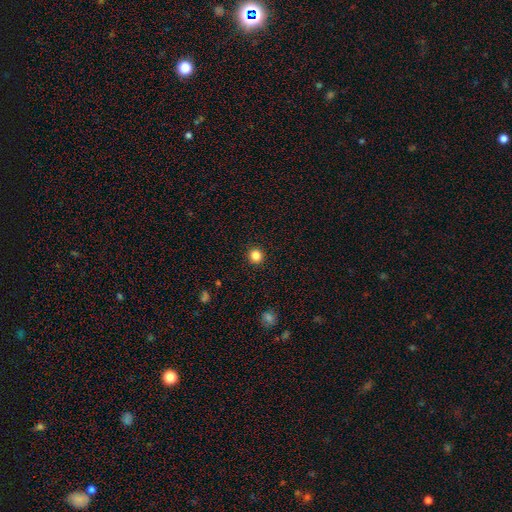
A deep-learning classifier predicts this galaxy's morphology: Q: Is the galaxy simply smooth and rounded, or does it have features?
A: smooth — 84%.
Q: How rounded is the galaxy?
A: round — 94%.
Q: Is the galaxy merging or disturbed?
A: none — 93%.